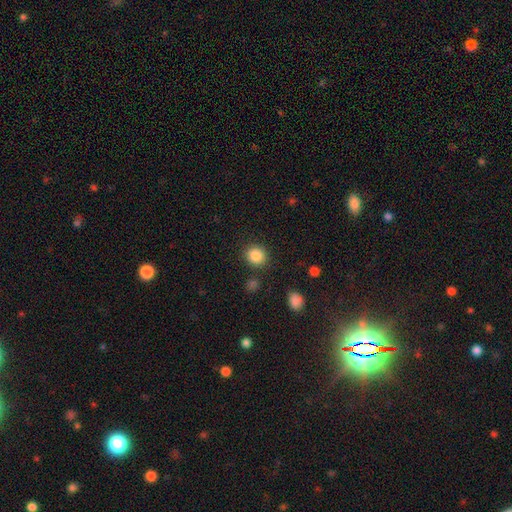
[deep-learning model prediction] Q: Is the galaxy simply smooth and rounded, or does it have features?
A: smooth — 87%.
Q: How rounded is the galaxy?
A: round — 83%.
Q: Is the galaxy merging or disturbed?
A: none — 86%.